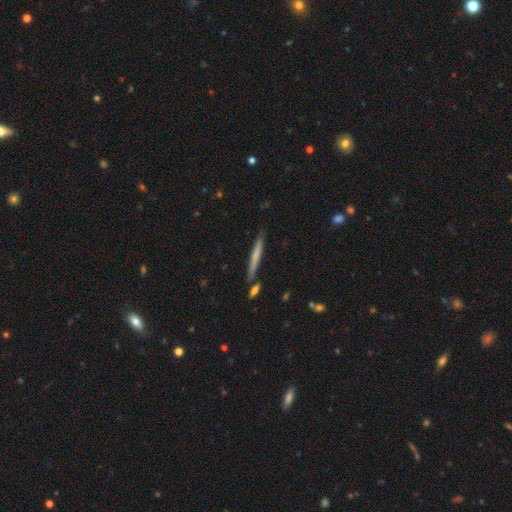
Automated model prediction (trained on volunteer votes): Morphology: type=smooth (57%); roundness=cigar-shaped (96%); merging=none (82%).